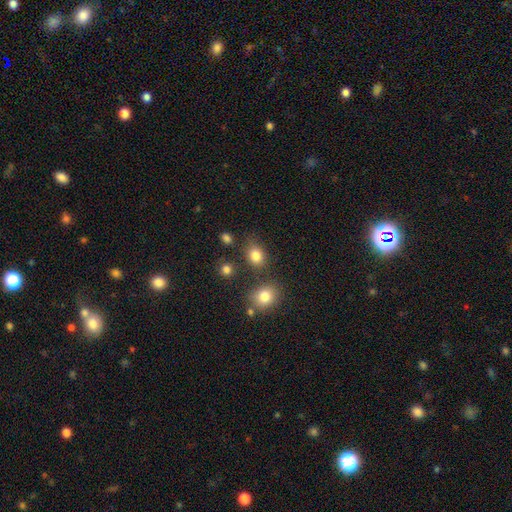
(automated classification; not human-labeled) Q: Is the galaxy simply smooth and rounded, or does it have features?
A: smooth — 82%.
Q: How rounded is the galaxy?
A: in between — 54%.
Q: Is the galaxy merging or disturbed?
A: none — 72%.